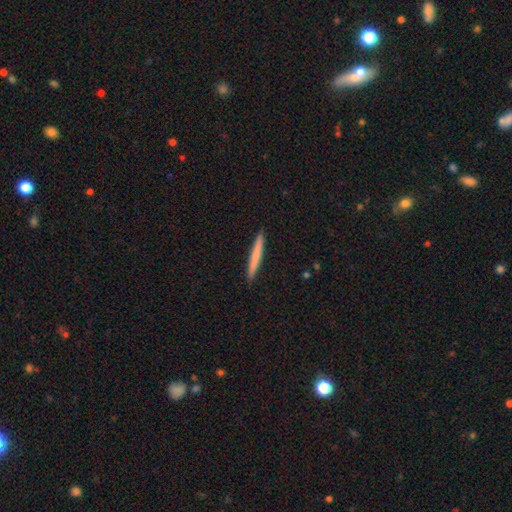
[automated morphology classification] Smooth or featured? smooth (70%)
How rounded? cigar-shaped (97%)
Merging? none (93%)